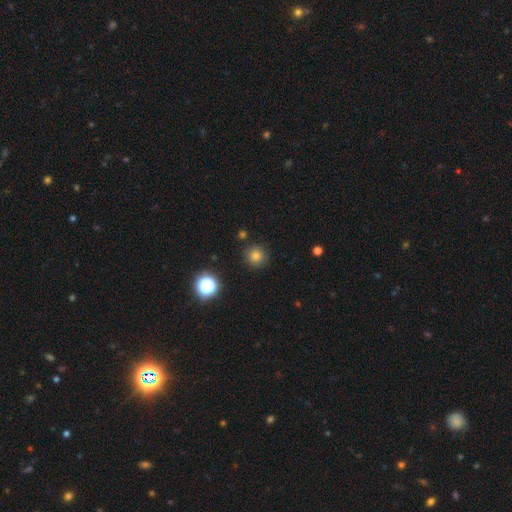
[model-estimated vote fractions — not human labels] smooth_or_featured: smooth (p=0.77) [alt: star or artifact p=0.16]
how_rounded: round (p=0.94) [alt: in between p=0.05]
merging: none (p=0.87) [alt: minor disturbance p=0.08]